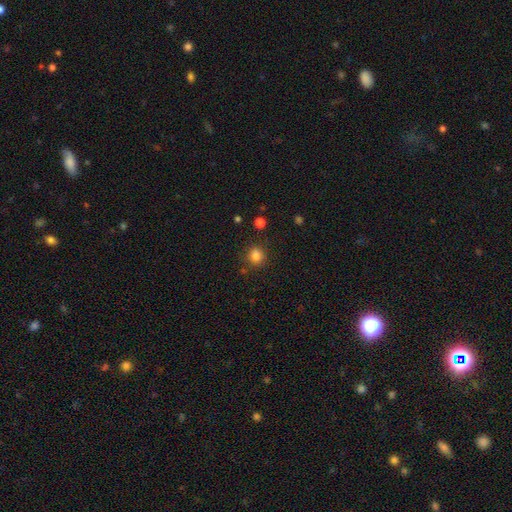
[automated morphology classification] A smooth galaxy with no disk features (83%) that is round (79%).

Vote fractions:
- Smooth or featured? smooth: 83% / star or artifact: 13% / featured or disk: 4%
- How rounded? round: 79% / in between: 20% / cigar-shaped: 1%
- Merging? none: 81% / minor disturbance: 11% / major disturbance: 4% / merger: 4%